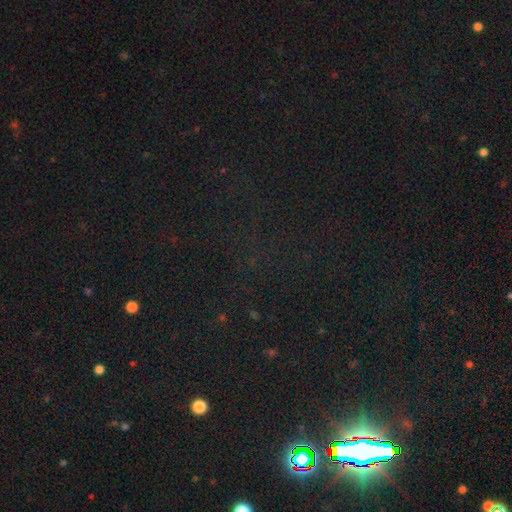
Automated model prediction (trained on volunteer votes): smooth-or-featured: star or artifact: 82% | smooth: 11% | featured or disk: 7%